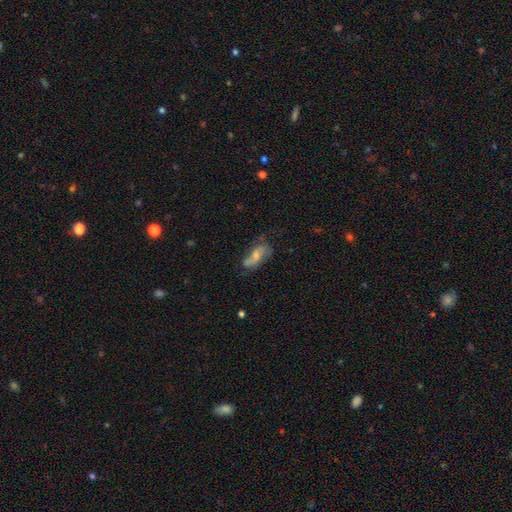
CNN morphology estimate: smooth_or_featured: featured or disk (p=0.51) [alt: smooth p=0.41]
disk_edge_on: no (p=0.89) [alt: yes p=0.11]
merging: none (p=0.52) [alt: minor disturbance p=0.28]